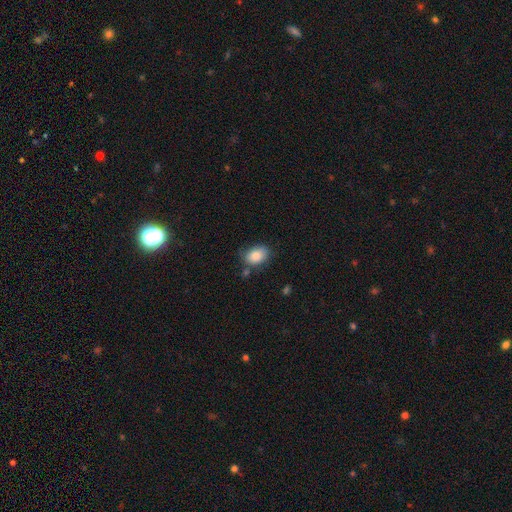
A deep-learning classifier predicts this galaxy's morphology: smooth 84%, featured or disk 8%, star or artifact 8%. Down the decision tree: how rounded — in between (78%); merging — none (62%).